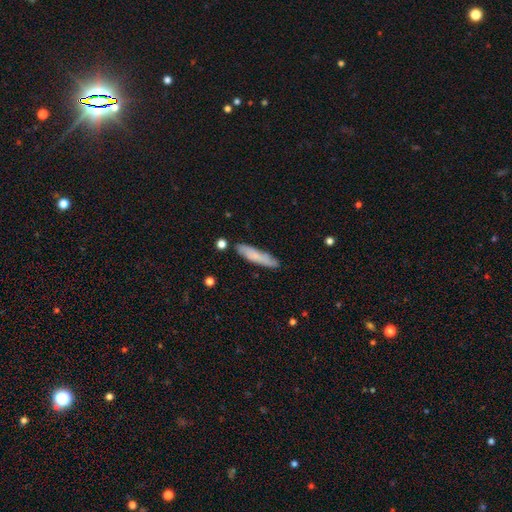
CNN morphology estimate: smooth 70%, featured or disk 23%, star or artifact 7%. Down the decision tree: how rounded — cigar-shaped (83%); merging — none (80%).